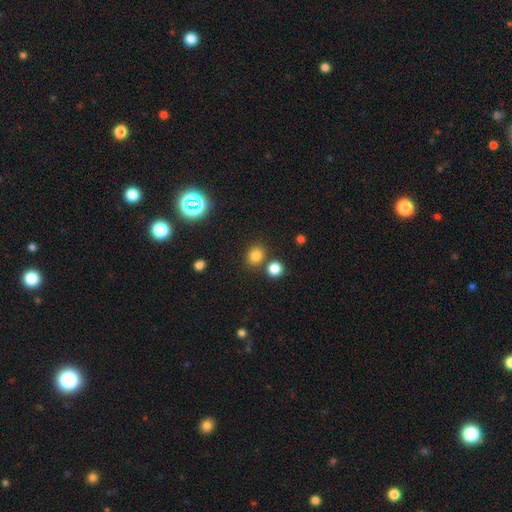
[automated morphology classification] This is likely a smooth galaxy (78%). How rounded: likely round (74%). Merging: likely none (76%).